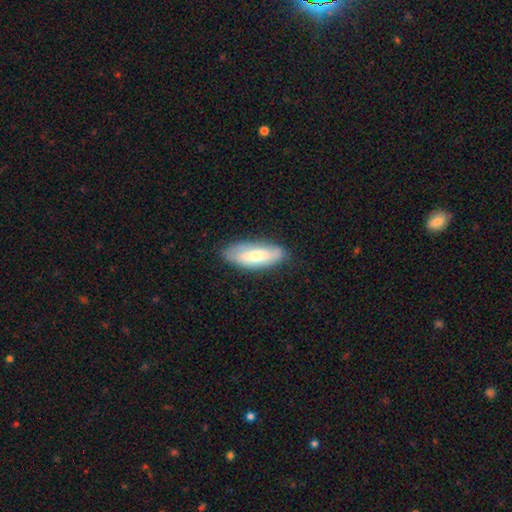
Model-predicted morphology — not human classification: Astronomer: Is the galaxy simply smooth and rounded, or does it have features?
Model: smooth — 61%.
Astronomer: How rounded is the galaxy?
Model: in between — 72%.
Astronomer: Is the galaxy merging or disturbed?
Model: none — 81%.